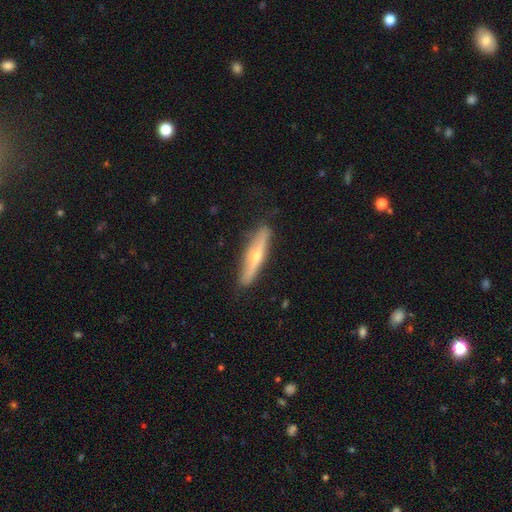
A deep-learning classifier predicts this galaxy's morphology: A featured or disk galaxy (64%) viewed edge-on (91%) with a rounded central bulge (87%). Merging: none (85%).